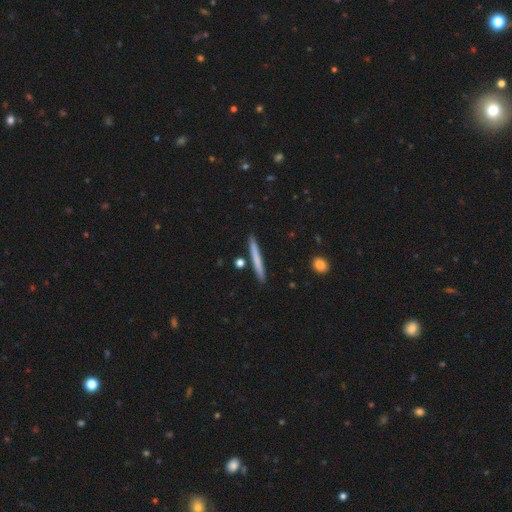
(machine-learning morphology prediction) A smooth galaxy with no disk features (69%) that is cigar-shaped (97%).

Vote fractions:
- Smooth or featured? smooth: 69% / featured or disk: 26% / star or artifact: 5%
- How rounded? cigar-shaped: 97% / in between: 2% / round: 1%
- Merging? none: 89% / minor disturbance: 7% / merger: 3% / major disturbance: 1%